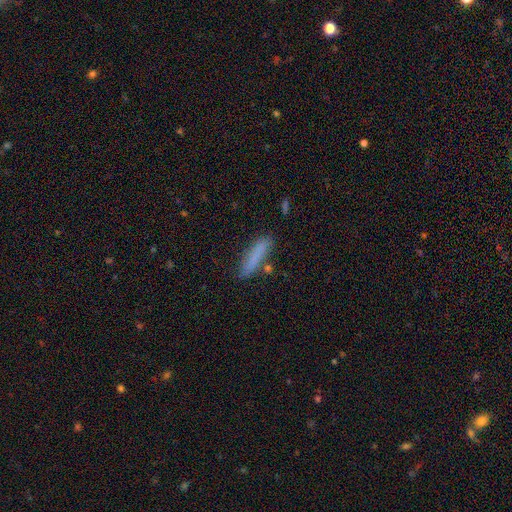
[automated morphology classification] This is likely a smooth galaxy (80%). How rounded: clearly cigar-shaped (84%). Merging: likely none (80%).